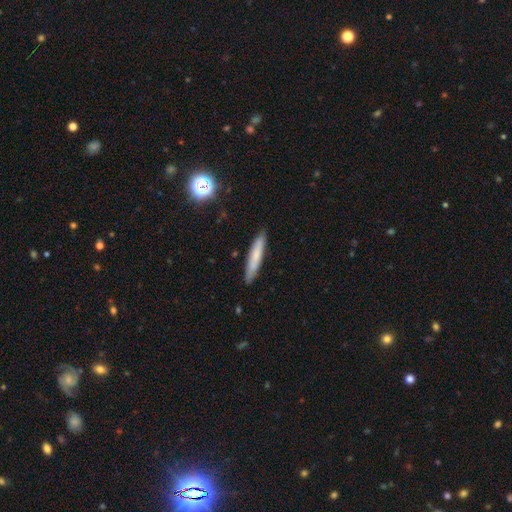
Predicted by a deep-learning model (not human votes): The model was most divided on "smooth or featured": smooth: 70%, featured or disk: 22%, star or artifact: 7%. More confident: how rounded — cigar-shaped (92%); merging — none (88%).